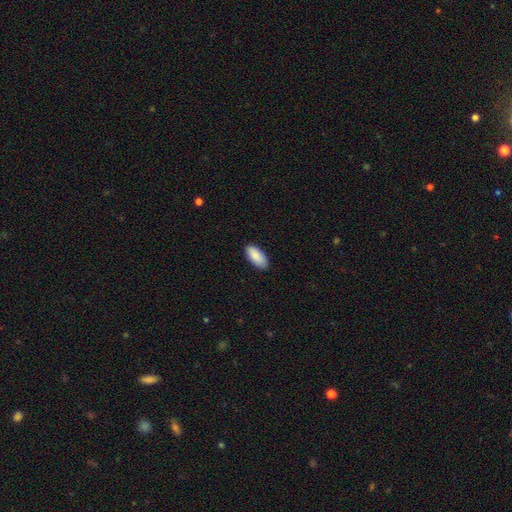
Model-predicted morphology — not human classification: This is clearly a smooth galaxy (89%). How rounded: clearly in between (91%). Merging: clearly none (86%).